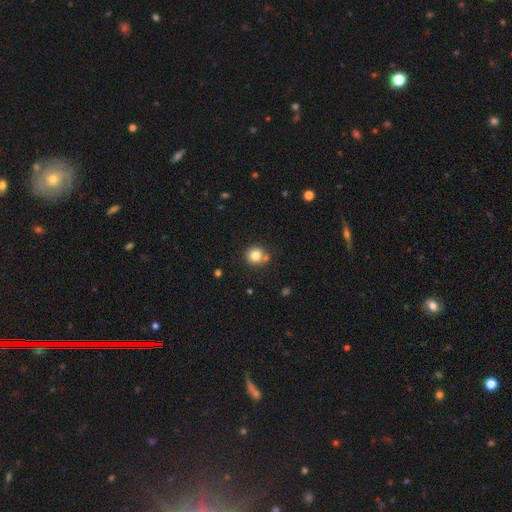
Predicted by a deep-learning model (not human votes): A smooth galaxy with no disk features (81%) that is round (91%). Merging: none (72%).